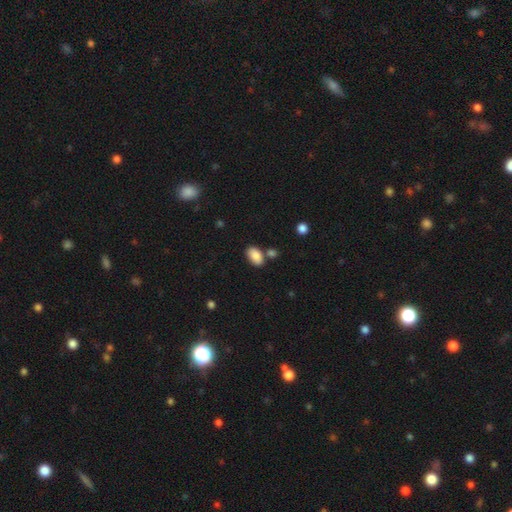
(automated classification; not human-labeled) smooth 86%, star or artifact 8%, featured or disk 7%. Down the decision tree: how rounded — in between (91%); merging — none (67%).